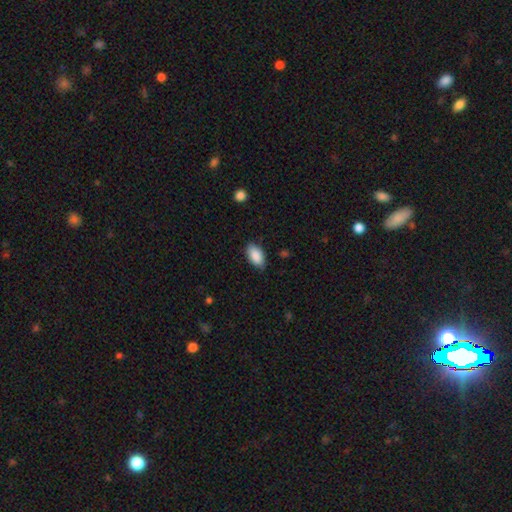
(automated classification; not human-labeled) Q: Smooth or featured?
A: smooth (89%); runner-up: star or artifact (6%)
Q: How rounded?
A: in between (94%); runner-up: round (3%)
Q: Merging?
A: none (81%); runner-up: minor disturbance (15%)